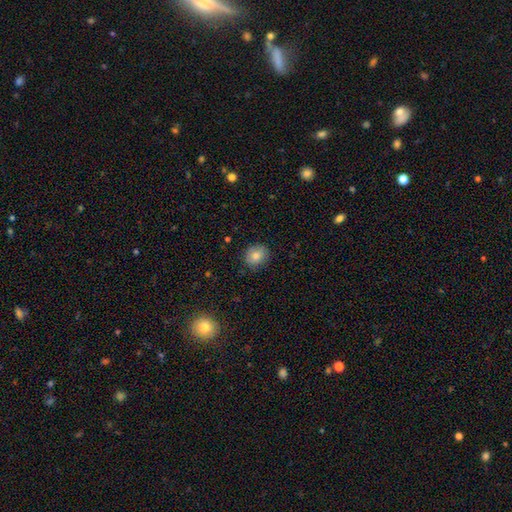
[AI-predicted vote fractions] This is clearly a smooth galaxy (82%). How rounded: likely round (68%). Merging: clearly none (85%).